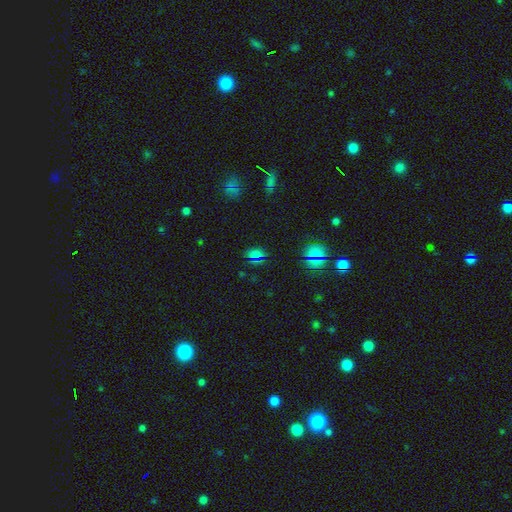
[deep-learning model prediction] This is possibly a smooth galaxy (57%). How rounded: likely in between (60%). Merging: clearly none (82%).